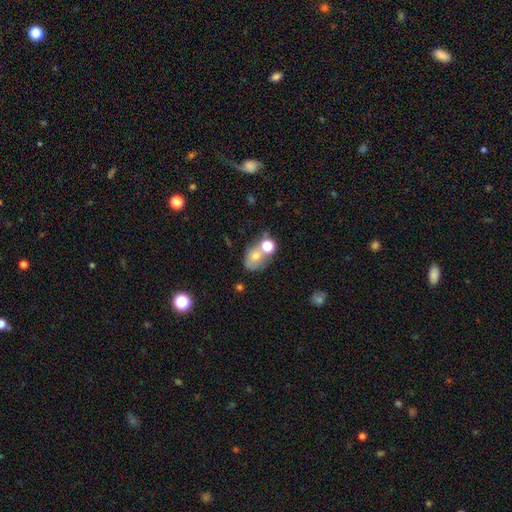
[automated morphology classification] Smooth or featured? smooth (67%)
How rounded? in between (53%)
Merging? merger (45%)